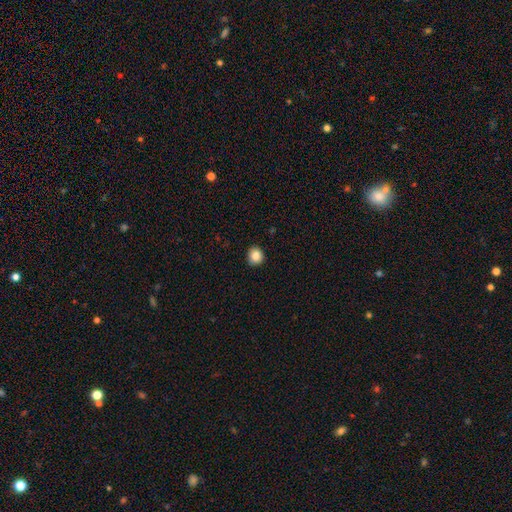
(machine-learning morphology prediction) smooth_or_featured: smooth (p=0.87) [alt: star or artifact p=0.09]
how_rounded: round (p=0.85) [alt: in between p=0.14]
merging: none (p=0.91) [alt: minor disturbance p=0.07]